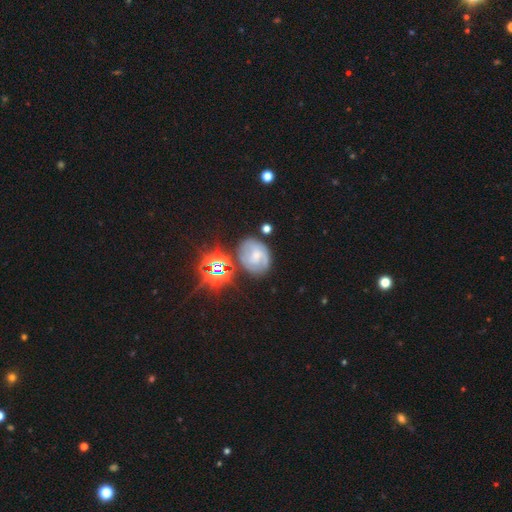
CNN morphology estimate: Smooth or featured? featured or disk (55%)
Edge-on disk? no (97%)
Bar? no (49%)
Spiral arms? yes (78%)
Bulge size? small (49%)
Merging? none (65%)